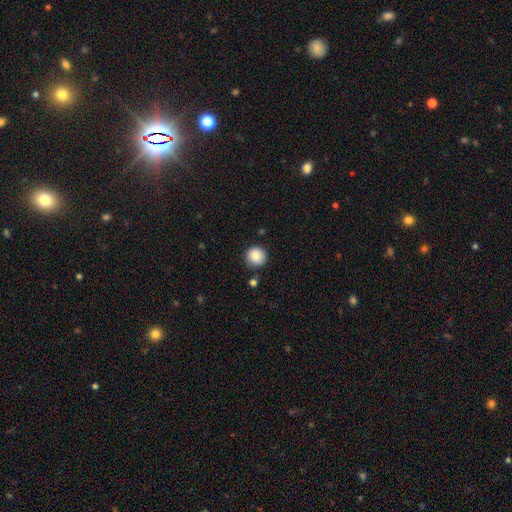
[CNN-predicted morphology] This is clearly a smooth galaxy (87%). How rounded: clearly round (94%). Merging: clearly none (85%).